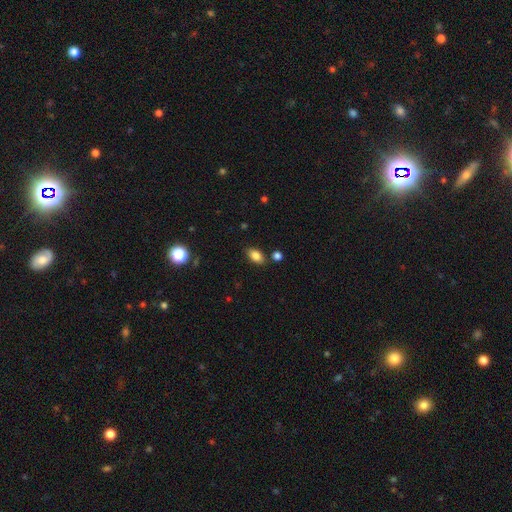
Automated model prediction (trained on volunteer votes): A smooth galaxy with no disk features (84%) that is in between round and cigar-shaped (89%). Merging: none (80%).